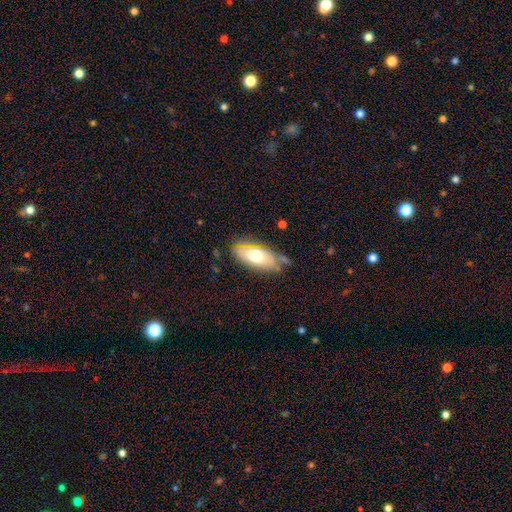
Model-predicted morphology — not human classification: Overall: smooth (63%; featured or disk 29%). How rounded: in between (85%). Merging: none (68%).